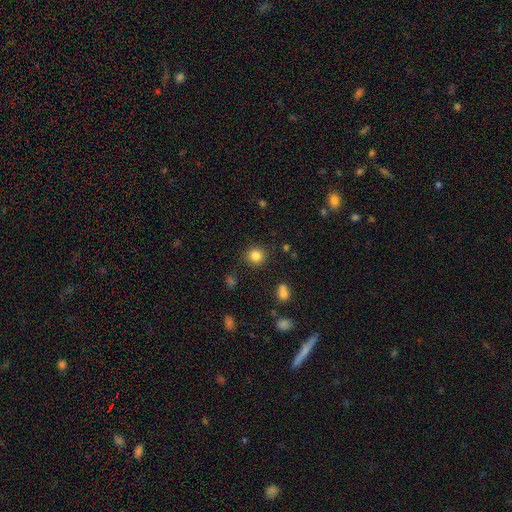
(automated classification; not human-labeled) This is clearly a smooth galaxy (84%). How rounded: clearly round (89%). Merging: clearly none (88%).